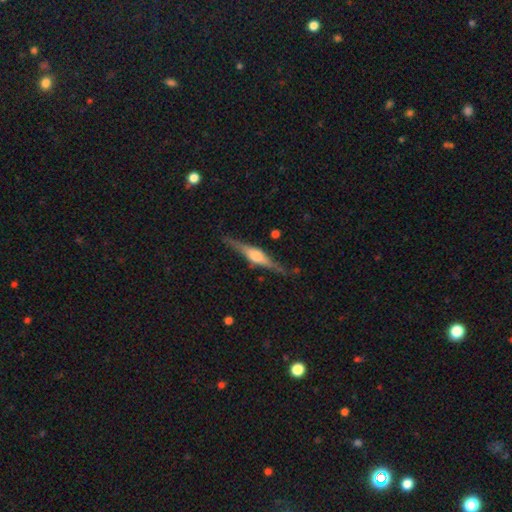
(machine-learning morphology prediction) The model was most divided on "smooth or featured": featured or disk: 80%, smooth: 15%, star or artifact: 6%. More confident: edge-on disk — yes (98%); merging — none (86%); edge-on bulge — rounded (84%).